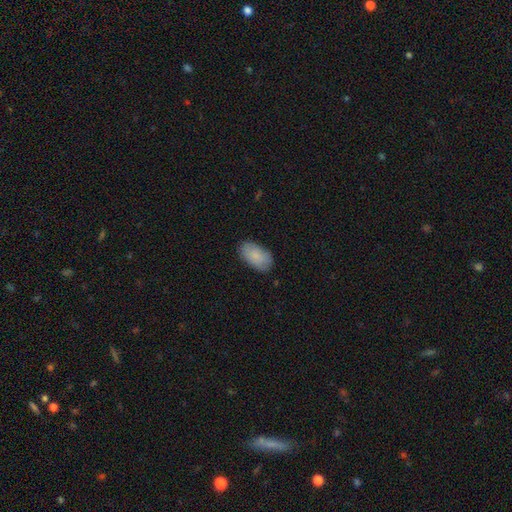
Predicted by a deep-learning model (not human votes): Smooth or featured?
  - smooth: 85% *
  - featured or disk: 9%
  - star or artifact: 6%
How rounded?
  - in between: 95% *
  - round: 3%
  - cigar-shaped: 2%
Merging?
  - none: 82% *
  - minor disturbance: 14%
  - major disturbance: 3%
  - merger: 1%